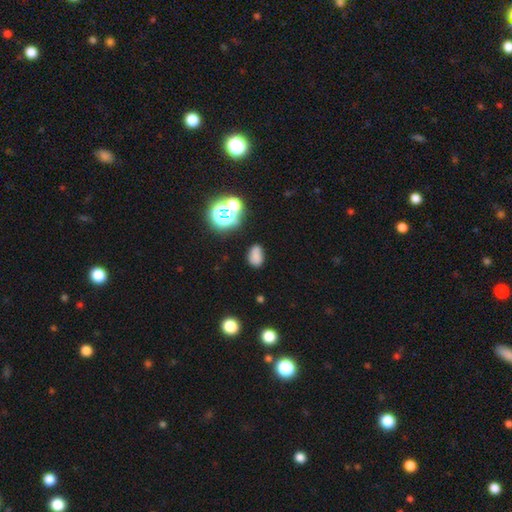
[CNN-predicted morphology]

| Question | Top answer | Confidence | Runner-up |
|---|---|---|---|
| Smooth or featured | smooth | 72% | star or artifact (19%) |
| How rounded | in between | 83% | round (15%) |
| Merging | none | 72% | minor disturbance (17%) |